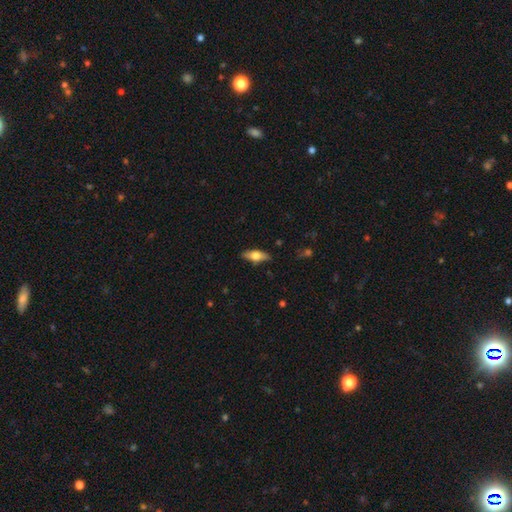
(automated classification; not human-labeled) This is possibly a smooth galaxy (52%). How rounded: likely in between (64%). Merging: clearly none (86%).